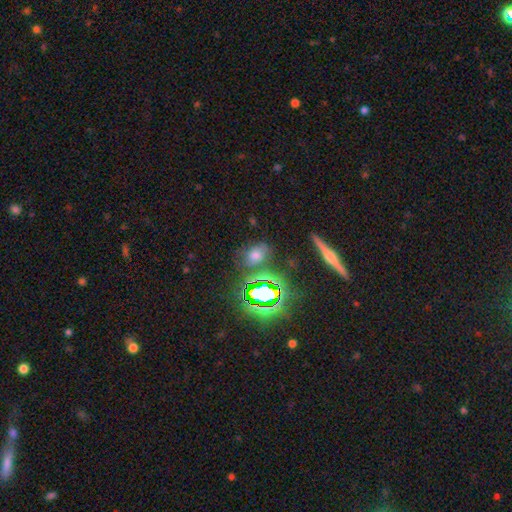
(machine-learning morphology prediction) Smooth or featured?
  - smooth: 53% *
  - star or artifact: 33%
  - featured or disk: 14%
How rounded?
  - in between: 75% *
  - round: 21%
  - cigar-shaped: 4%
Merging?
  - none: 73% *
  - minor disturbance: 15%
  - merger: 6%
  - major disturbance: 6%